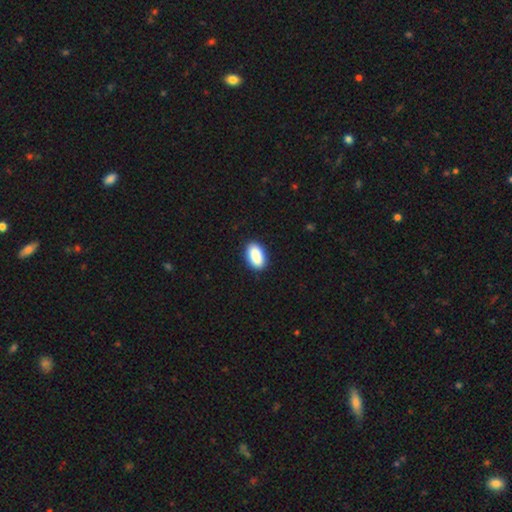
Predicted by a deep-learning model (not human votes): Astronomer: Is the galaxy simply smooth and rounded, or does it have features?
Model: smooth — 90%.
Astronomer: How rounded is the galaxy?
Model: in between — 94%.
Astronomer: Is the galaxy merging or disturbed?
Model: none — 89%.